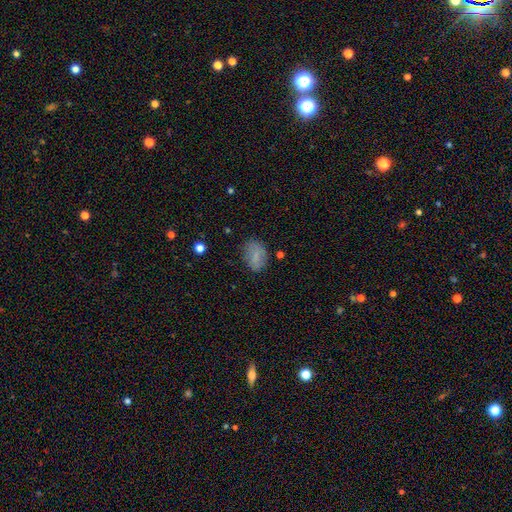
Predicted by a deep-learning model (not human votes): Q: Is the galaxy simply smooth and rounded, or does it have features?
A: smooth — 77%.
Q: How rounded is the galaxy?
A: in between — 76%.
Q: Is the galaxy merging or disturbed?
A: none — 72%.